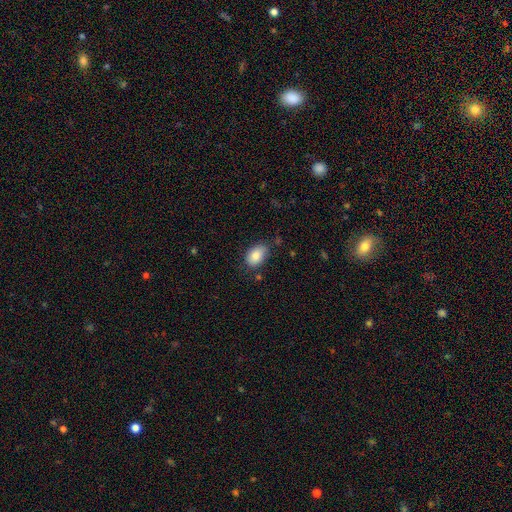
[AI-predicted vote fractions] Overall: smooth (86%). How rounded: in between (86%). Merging: none (71%).